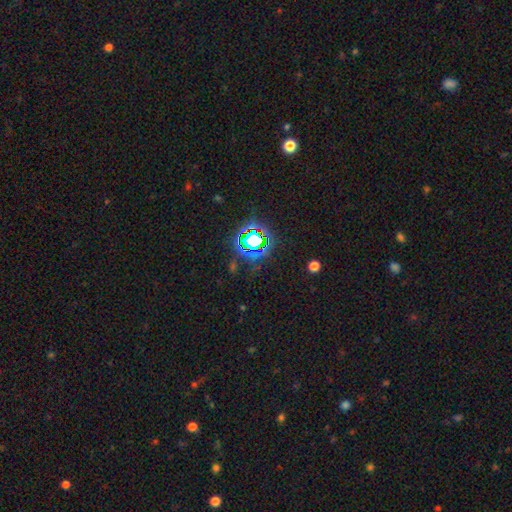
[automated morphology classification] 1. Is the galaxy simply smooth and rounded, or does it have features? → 81% star or artifact, 12% smooth, 7% featured or disk.